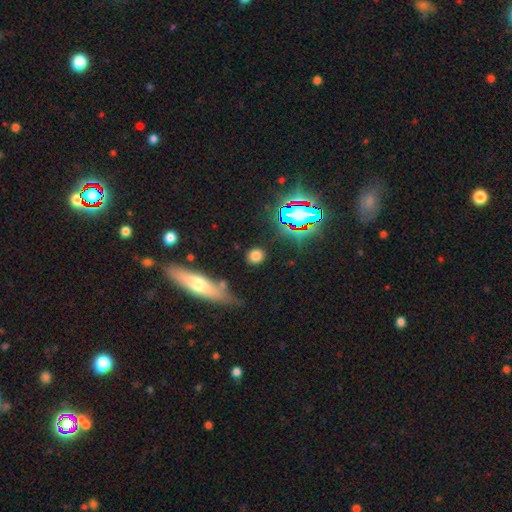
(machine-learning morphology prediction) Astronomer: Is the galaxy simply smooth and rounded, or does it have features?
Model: smooth — 75%.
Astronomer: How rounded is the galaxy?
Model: round — 81%.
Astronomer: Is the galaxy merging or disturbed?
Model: none — 84%.